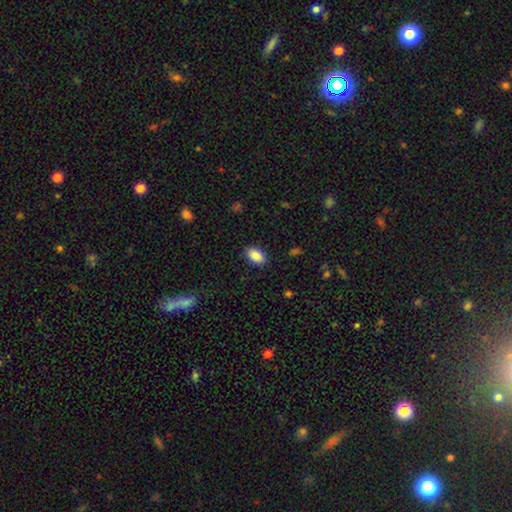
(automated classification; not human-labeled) The model was most divided on "merging": none: 88%, minor disturbance: 9%, major disturbance: 2%, merger: 1%. More confident: how rounded — in between (92%); smooth or featured — smooth (89%).